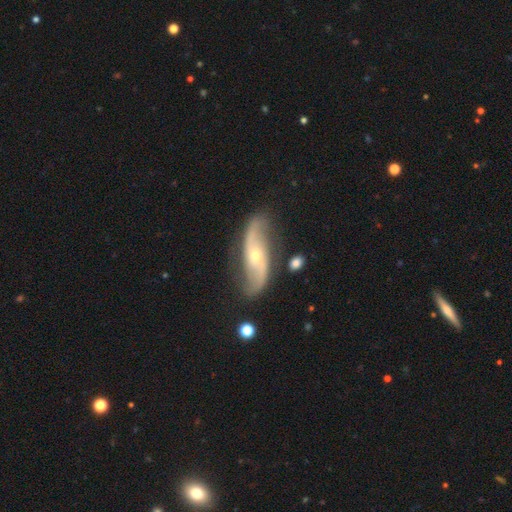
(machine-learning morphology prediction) Smooth or featured? Predicted: featured or disk (p=0.85). Edge-on disk? Predicted: no (p=0.92). Bar? Predicted: no (p=0.61). Spiral arms? Predicted: yes (p=0.94). Spiral winding? Predicted: loose (p=0.68). Spiral arm count? Predicted: 2 (p=0.92). Bulge size? Predicted: small (p=0.61). Merging? Predicted: none (p=0.76).